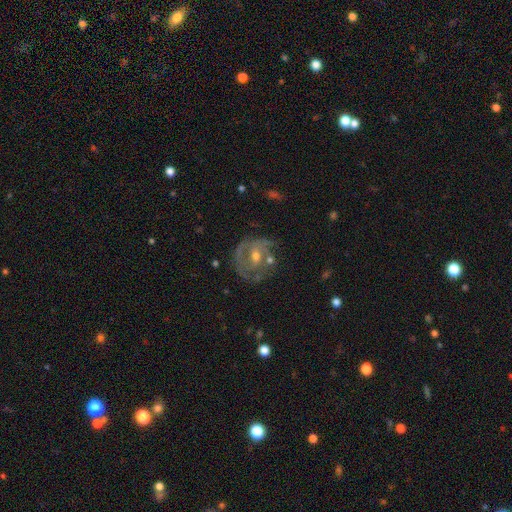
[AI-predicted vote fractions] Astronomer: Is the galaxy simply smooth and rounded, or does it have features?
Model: featured or disk — 73%.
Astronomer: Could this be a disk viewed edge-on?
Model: no — 97%.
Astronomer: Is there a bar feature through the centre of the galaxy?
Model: no — 57% (runner-up: weak, 34%).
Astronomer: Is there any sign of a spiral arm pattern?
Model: yes — 70%.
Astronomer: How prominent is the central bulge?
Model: moderate — 56% (runner-up: small, 39%).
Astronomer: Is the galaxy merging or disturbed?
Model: none — 57%.